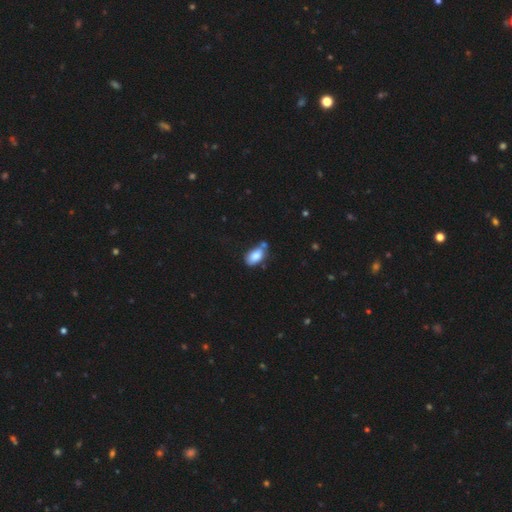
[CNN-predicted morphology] smooth 83%, featured or disk 10%, star or artifact 7%. Down the decision tree: how rounded — in between (92%); merging — none (52%).